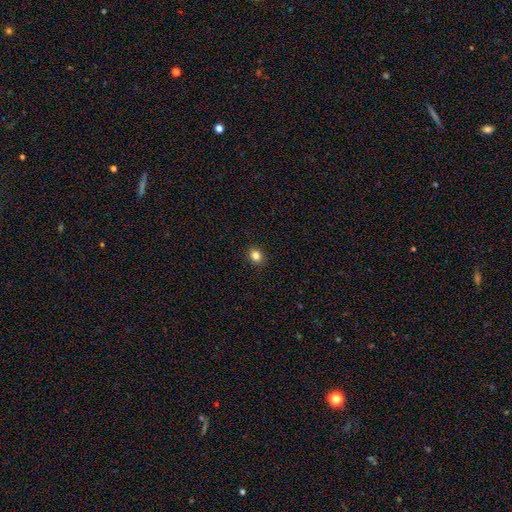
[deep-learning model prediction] This appears to be a smooth galaxy with no disk features (83%) that is round (63%). Merging: none (92%).